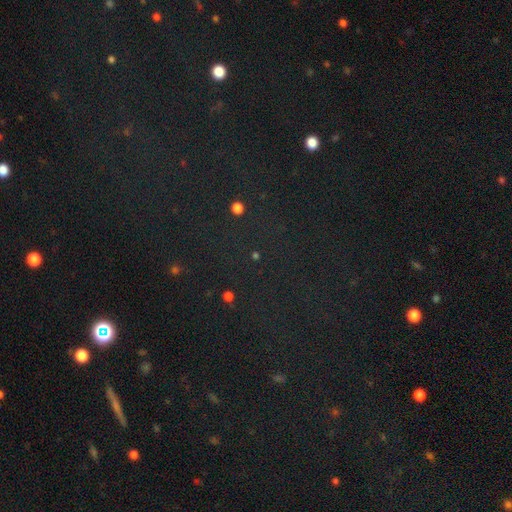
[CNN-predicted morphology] Smooth or featured? star or artifact (67%)